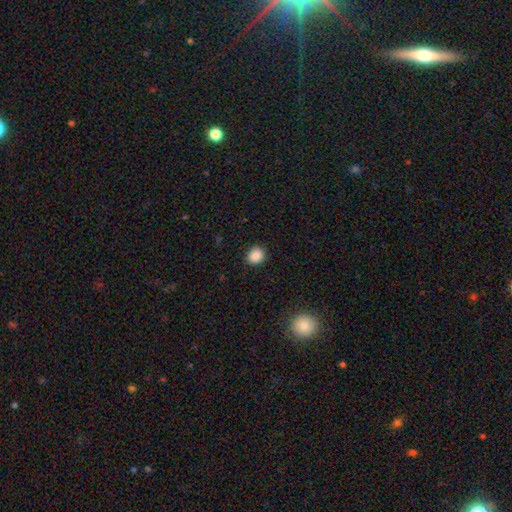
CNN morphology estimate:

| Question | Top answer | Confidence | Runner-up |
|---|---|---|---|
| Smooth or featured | smooth | 88% | star or artifact (10%) |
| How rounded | round | 75% | in between (24%) |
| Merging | none | 89% | minor disturbance (7%) |